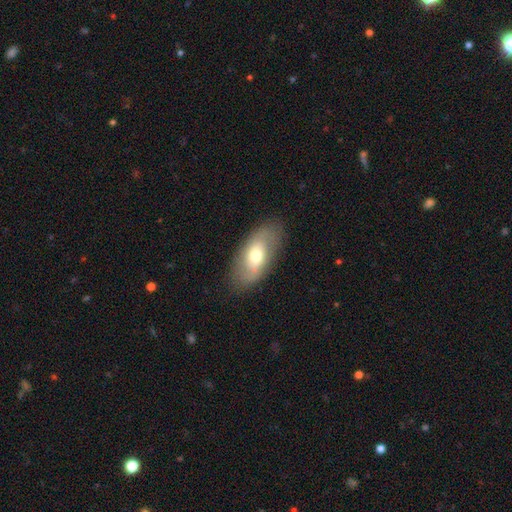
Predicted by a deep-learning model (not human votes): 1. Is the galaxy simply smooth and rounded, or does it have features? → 54% smooth, 39% featured or disk, 7% star or artifact.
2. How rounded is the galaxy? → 90% in between, 5% cigar-shaped, 5% round.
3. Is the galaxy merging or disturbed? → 81% none, 14% minor disturbance, 4% major disturbance, 1% merger.